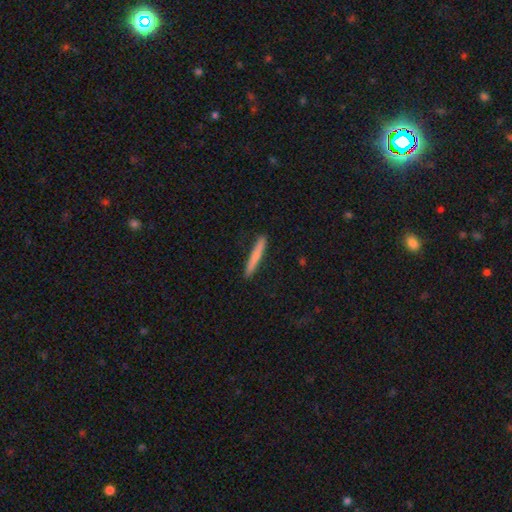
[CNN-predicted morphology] smooth 74%, featured or disk 21%, star or artifact 5%. Down the decision tree: how rounded — cigar-shaped (96%); merging — none (91%).